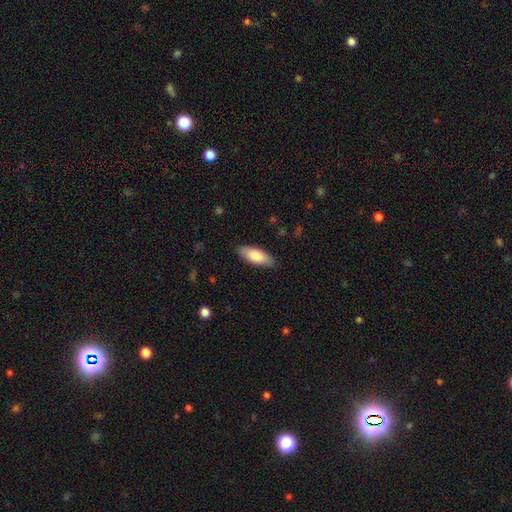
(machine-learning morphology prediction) The model was most divided on "how rounded": in between: 74%, cigar-shaped: 24%, round: 2%. More confident: merging — none (87%); smooth or featured — smooth (78%).